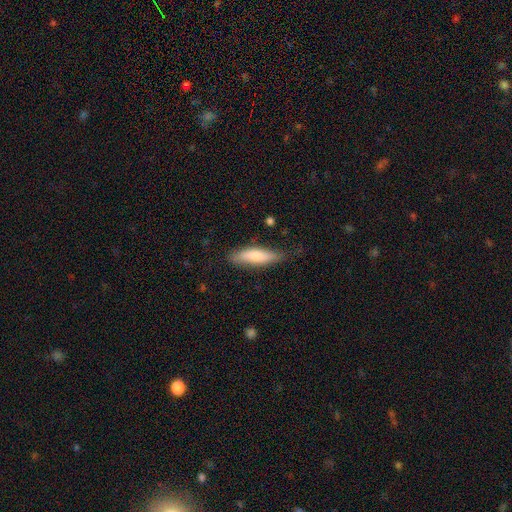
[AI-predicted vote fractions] The model was most divided on "how rounded": cigar-shaped: 64%, in between: 34%, round: 2%. More confident: smooth or featured — smooth (74%); merging — none (73%).